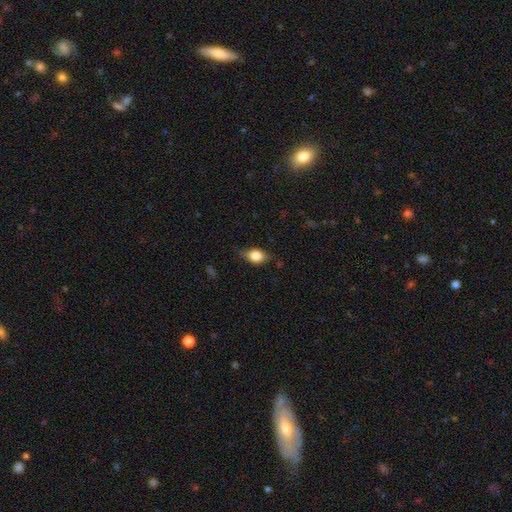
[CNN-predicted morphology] Smooth or featured?
  - smooth: 77% *
  - featured or disk: 15%
  - star or artifact: 8%
How rounded?
  - in between: 75% *
  - round: 21%
  - cigar-shaped: 4%
Merging?
  - none: 73% *
  - minor disturbance: 21%
  - major disturbance: 5%
  - merger: 1%